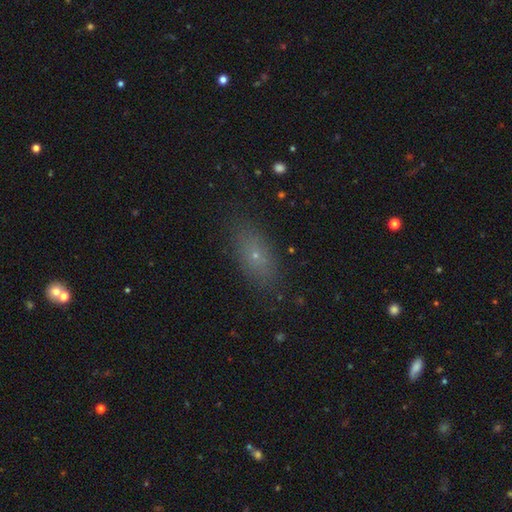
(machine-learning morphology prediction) A smooth galaxy with no disk features (65%) that is in between round and cigar-shaped (76%).

Vote fractions:
- Smooth or featured? smooth: 65% / featured or disk: 18% / star or artifact: 17%
- How rounded? in between: 76% / cigar-shaped: 15% / round: 10%
- Merging? none: 83% / minor disturbance: 12% / major disturbance: 4% / merger: 1%